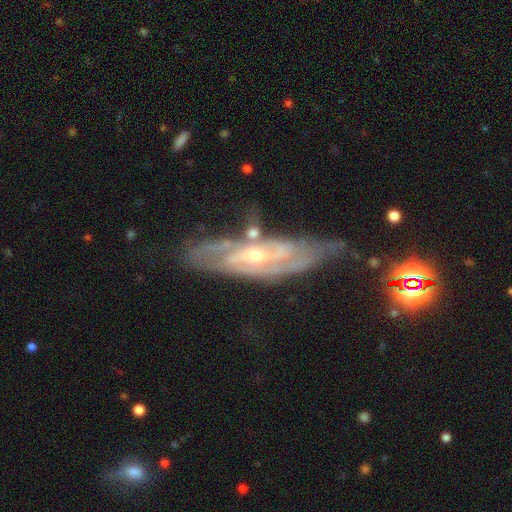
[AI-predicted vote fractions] A featured or disk galaxy (85%) with no bar (49%), 2 (42%) tight (56%) spiral arms (93%) and a small central bulge (56%).

Vote fractions:
- Smooth or featured? featured or disk: 85% / smooth: 8% / star or artifact: 7%
- Edge-on disk? no: 82% / yes: 18%
- Bar? no: 49% / weak: 37% / strong: 14%
- Spiral arms? yes: 93% / no: 7%
- Spiral winding? tight: 56% / medium: 36% / loose: 9%
- Spiral arm count? 2: 42% / can't tell: 33% / 3: 14% / 4: 5% / 1: 3% / more than 4: 3%
- Bulge size? small: 56% / moderate: 41% / large: 1% / none: 1% / dominant: 1%
- Merging? none: 62% / minor disturbance: 23% / major disturbance: 8% / merger: 7%